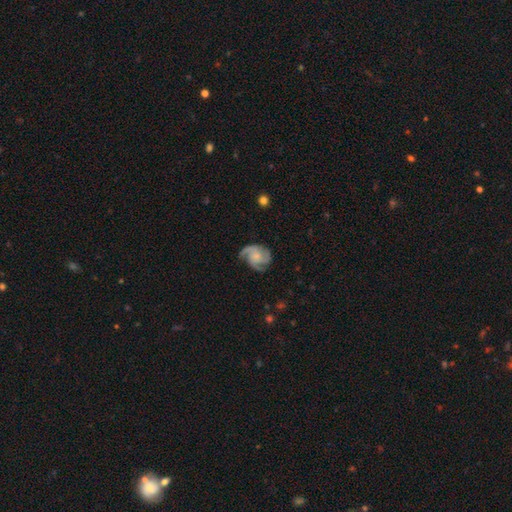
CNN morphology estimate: Smooth or featured? featured or disk (81%)
Edge-on disk? no (98%)
Bar? no (75%)
Spiral arms? yes (97%)
Spiral winding? medium (46%)
Spiral arm count? 3 (58%)
Bulge size? small (48%)
Merging? none (64%)